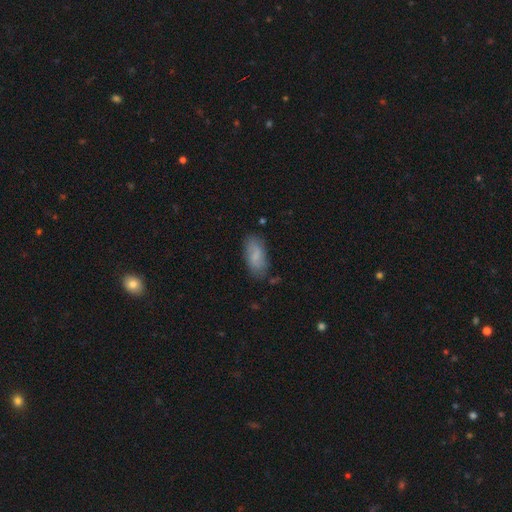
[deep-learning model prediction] Smooth or featured: smooth — 73% (featured or disk — 20%)
How rounded: in between — 85% (cigar-shaped — 12%)
Merging: none — 74% (minor disturbance — 19%)